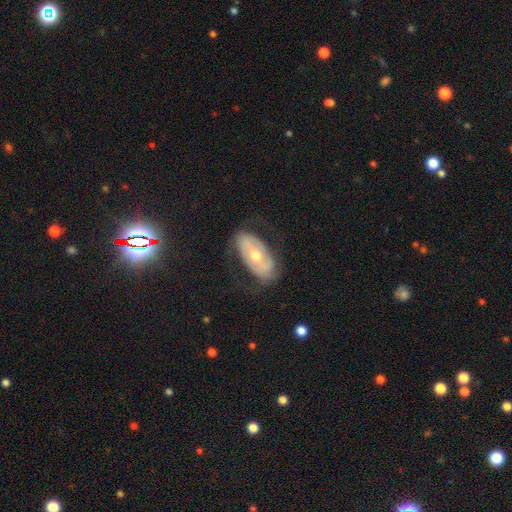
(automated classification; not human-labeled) The model was most divided on "spiral arms": yes: 51%, no: 49%. More confident: edge-on disk — no (89%); bulge size — moderate (70%); merging — none (66%); smooth or featured — featured or disk (62%); bar — no (61%).